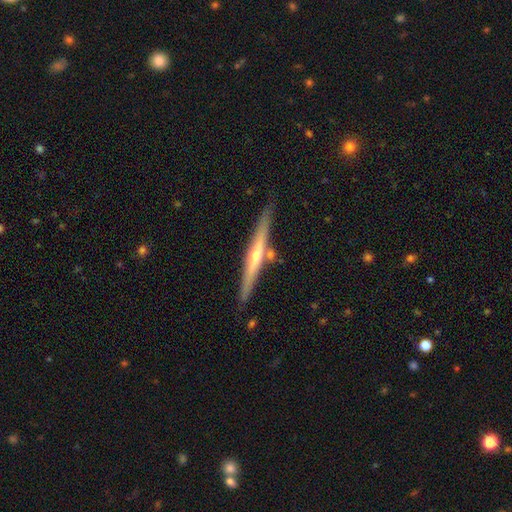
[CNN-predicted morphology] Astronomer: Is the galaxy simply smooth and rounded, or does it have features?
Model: featured or disk — 77%.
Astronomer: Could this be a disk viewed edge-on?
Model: yes — 98%.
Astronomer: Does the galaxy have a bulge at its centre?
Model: rounded — 79%.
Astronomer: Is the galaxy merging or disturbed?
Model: none — 87%.